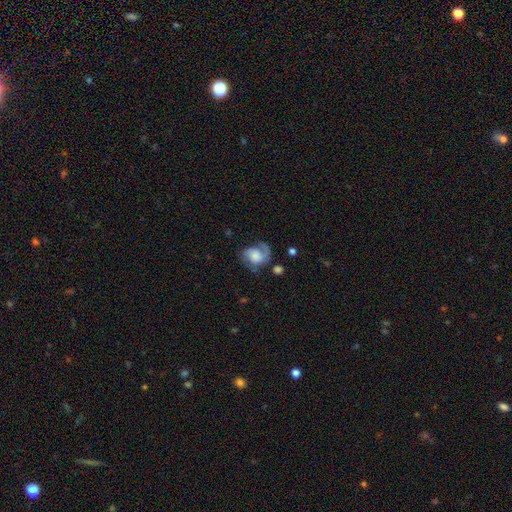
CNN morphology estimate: A featured or disk galaxy (70%) with no bar (68%), 2 (59%) medium (45%) spiral arms (92%) and a moderate central bulge (30%, tied with large). Merging: none (54%).